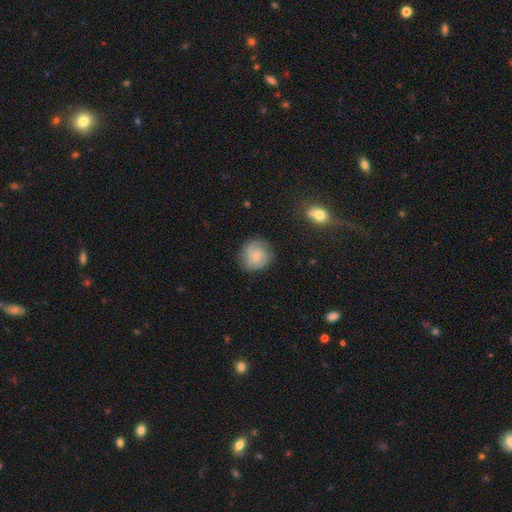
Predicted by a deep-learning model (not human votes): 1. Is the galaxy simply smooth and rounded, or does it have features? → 50% smooth, 41% featured or disk, 8% star or artifact.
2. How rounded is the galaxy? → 86% round, 13% in between, 1% cigar-shaped.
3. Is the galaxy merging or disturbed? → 73% none, 19% minor disturbance, 7% major disturbance, 2% merger.